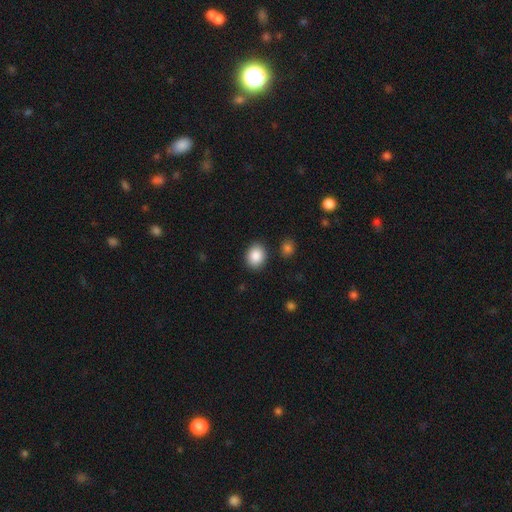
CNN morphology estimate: A smooth galaxy with no disk features (88%) that is round (51%).

Vote fractions:
- Smooth or featured? smooth: 88% / star or artifact: 7% / featured or disk: 4%
- How rounded? round: 51% / in between: 48% / cigar-shaped: 1%
- Merging? none: 86% / minor disturbance: 8% / merger: 3% / major disturbance: 3%